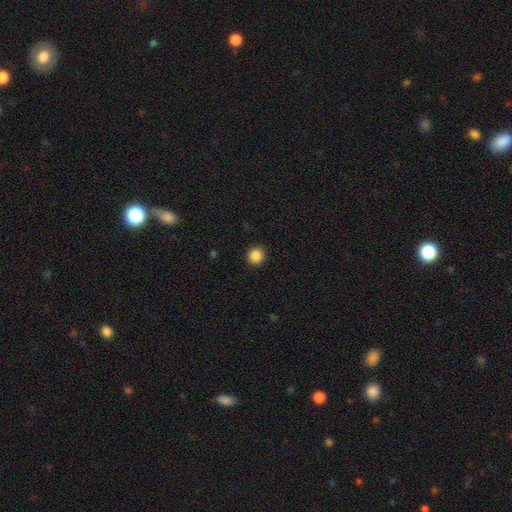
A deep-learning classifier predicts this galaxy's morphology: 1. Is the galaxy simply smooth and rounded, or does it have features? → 88% smooth, 9% star or artifact, 3% featured or disk.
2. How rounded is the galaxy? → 91% round, 8% in between, 1% cigar-shaped.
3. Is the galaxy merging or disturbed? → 92% none, 5% minor disturbance, 2% major disturbance, 1% merger.